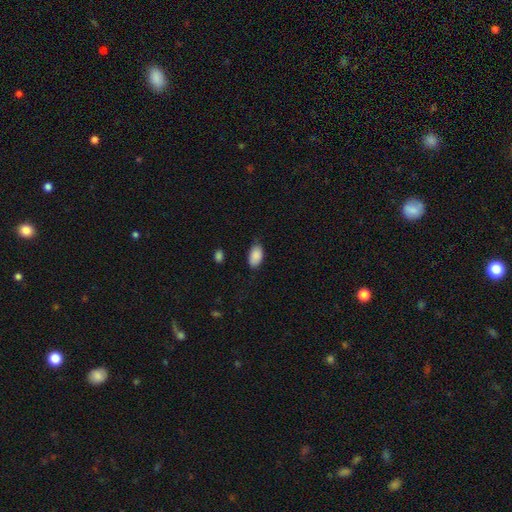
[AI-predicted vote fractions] Morphology: type=smooth (89%); roundness=in between (94%); merging=none (72%).